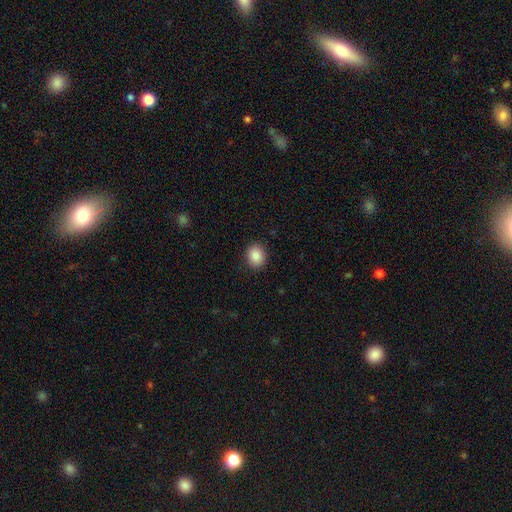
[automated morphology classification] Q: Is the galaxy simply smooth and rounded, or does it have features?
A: smooth — 87%.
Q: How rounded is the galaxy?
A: round — 61%.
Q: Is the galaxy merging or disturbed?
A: none — 90%.